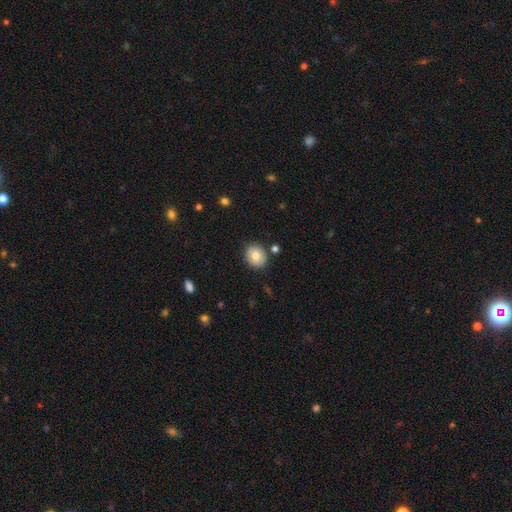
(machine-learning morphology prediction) smooth_or_featured: smooth (p=0.78) [alt: featured or disk p=0.13]
how_rounded: round (p=0.75) [alt: in between p=0.24]
merging: none (p=0.86) [alt: minor disturbance p=0.09]